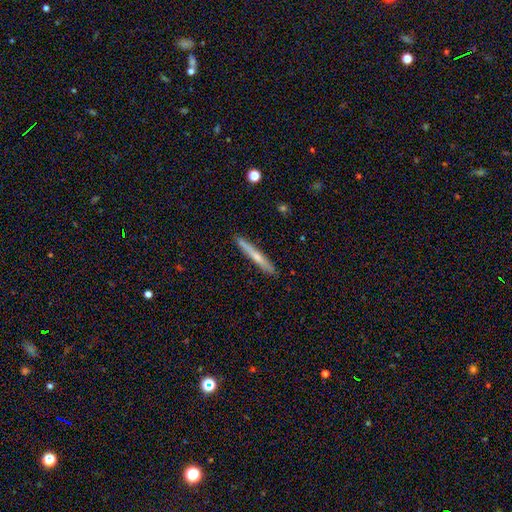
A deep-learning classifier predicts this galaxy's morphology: Overall: featured or disk (48%; smooth 46%). Merging: none (90%).